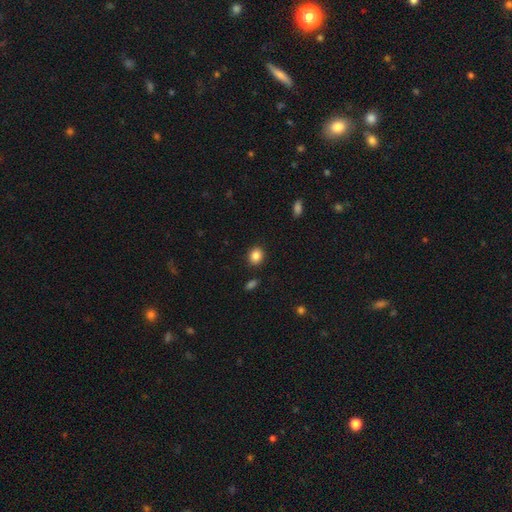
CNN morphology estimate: This appears to be a smooth galaxy with no disk features (86%) that is round (63%). Merging: none (87%).